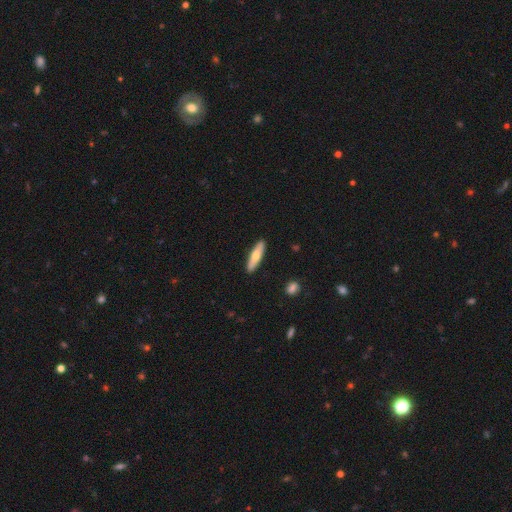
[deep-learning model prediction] Q: Smooth or featured?
A: smooth (63%); runner-up: featured or disk (32%)
Q: How rounded?
A: cigar-shaped (72%); runner-up: in between (26%)
Q: Merging?
A: none (90%); runner-up: minor disturbance (7%)